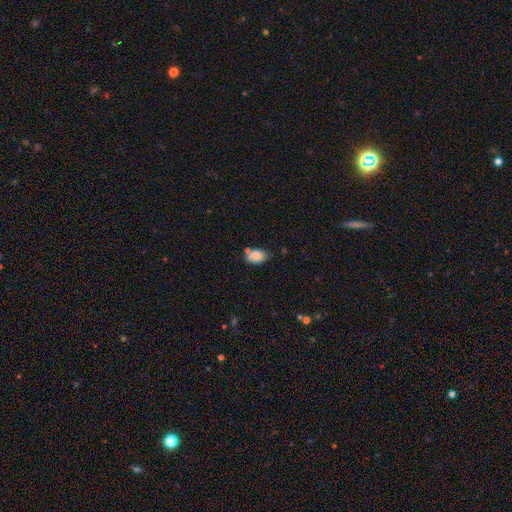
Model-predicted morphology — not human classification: smooth_or_featured: smooth (p=0.84) [alt: star or artifact p=0.09]
how_rounded: in between (p=0.87) [alt: round p=0.12]
merging: none (p=0.56) [alt: minor disturbance p=0.26]